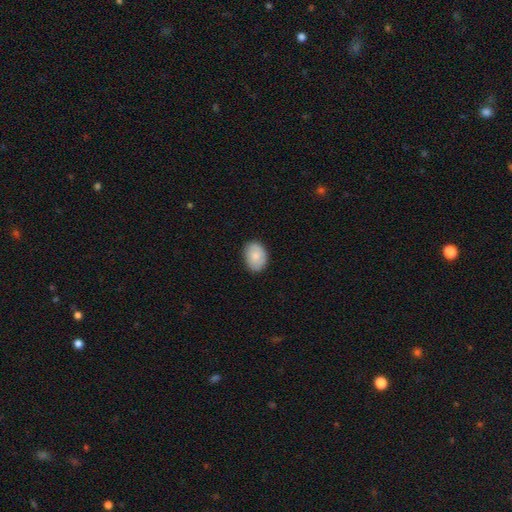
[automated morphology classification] Smooth or featured? Predicted: smooth (p=0.85). How rounded? Predicted: in between (p=0.73). Merging? Predicted: none (p=0.84).